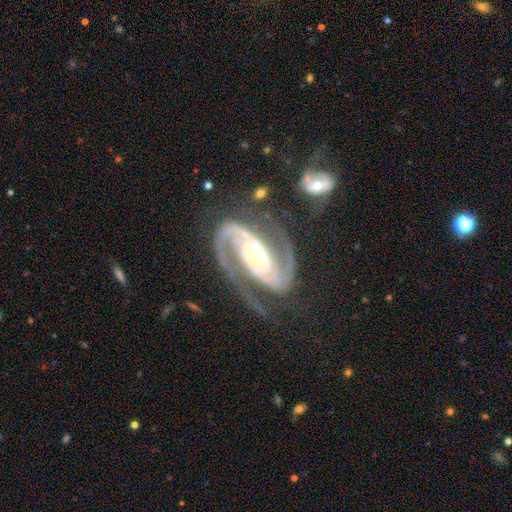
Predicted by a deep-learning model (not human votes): Smooth or featured? featured or disk (93%)
Edge-on disk? no (98%)
Bar? no (46%)
Spiral arms? yes (99%)
Spiral winding? medium (50%)
Spiral arm count? 2 (90%)
Bulge size? small (52%)
Merging? none (66%)